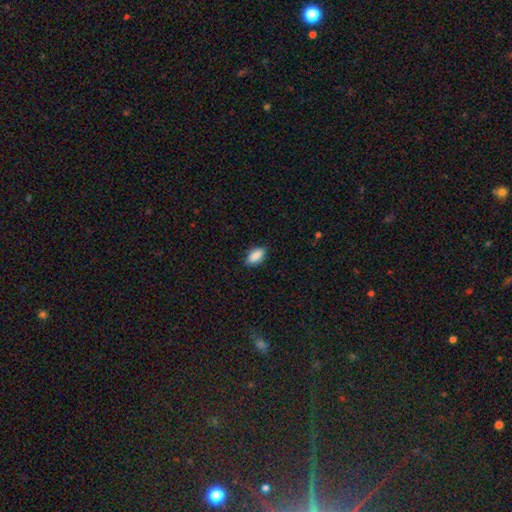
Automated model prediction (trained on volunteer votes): Smooth or featured? smooth (88%)
How rounded? in between (90%)
Merging? none (84%)